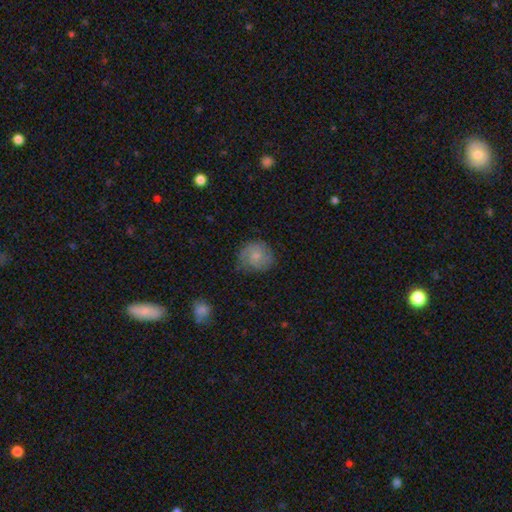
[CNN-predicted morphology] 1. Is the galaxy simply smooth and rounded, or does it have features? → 47% featured or disk, 45% smooth, 8% star or artifact.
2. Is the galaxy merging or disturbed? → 69% none, 22% minor disturbance, 8% major disturbance, 1% merger.